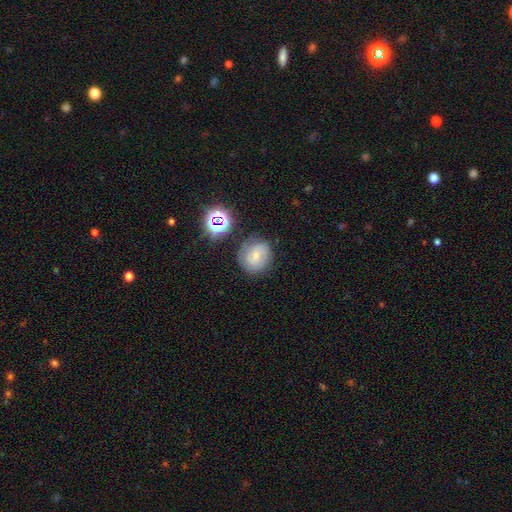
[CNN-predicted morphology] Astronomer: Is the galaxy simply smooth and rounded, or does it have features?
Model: smooth — 50% (runner-up: featured or disk, 35%).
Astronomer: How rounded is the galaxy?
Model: round — 76%.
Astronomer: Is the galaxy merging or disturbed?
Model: none — 69%.